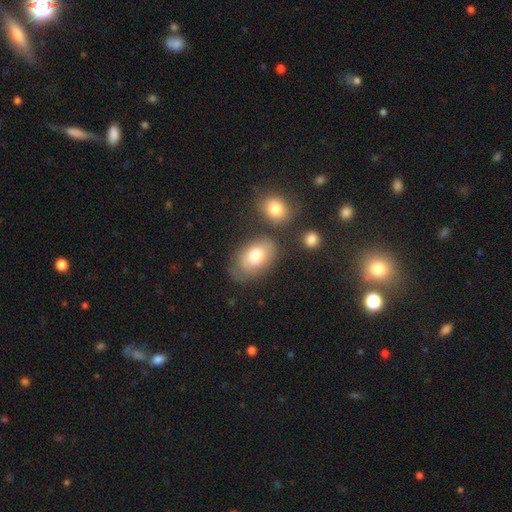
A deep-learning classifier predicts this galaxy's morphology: This is likely a smooth galaxy (74%). How rounded: clearly in between (83%). Merging: likely none (61%).